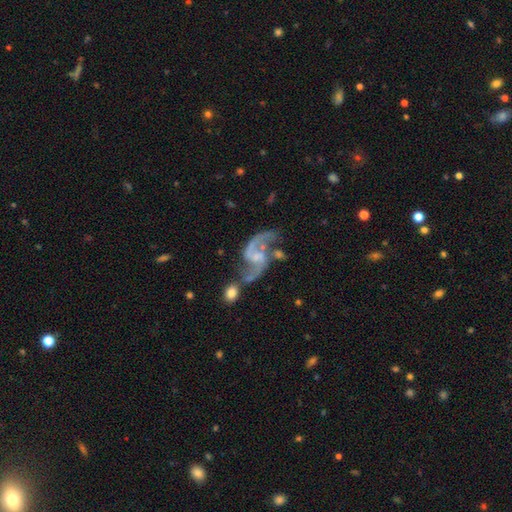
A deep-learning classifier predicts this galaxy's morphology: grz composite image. It shows a featured or disk galaxy (90%) with a weak bar (45%), 2 (93%) loose (71%) spiral arms (96%) and a small central bulge (45%). Merging: none (44%).